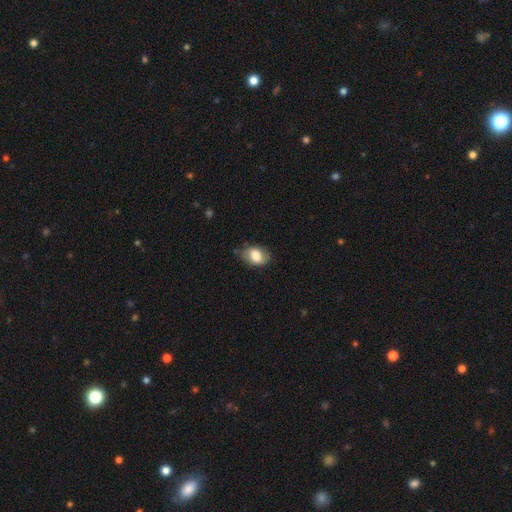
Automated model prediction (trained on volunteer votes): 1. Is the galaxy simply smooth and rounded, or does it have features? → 76% smooth, 16% featured or disk, 7% star or artifact.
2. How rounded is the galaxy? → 81% in between, 17% round, 1% cigar-shaped.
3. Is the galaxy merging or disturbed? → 68% none, 24% minor disturbance, 6% major disturbance, 2% merger.